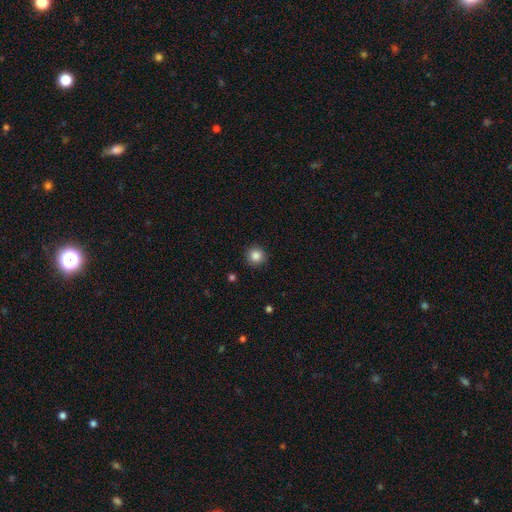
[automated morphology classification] Smooth or featured: smooth — 86% (star or artifact — 10%)
How rounded: round — 94% (in between — 5%)
Merging: none — 91% (minor disturbance — 6%)